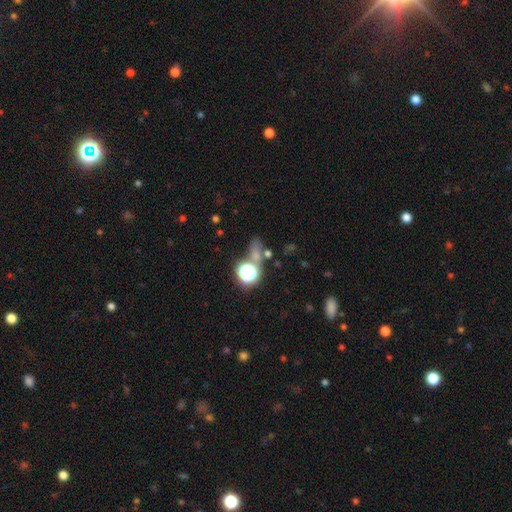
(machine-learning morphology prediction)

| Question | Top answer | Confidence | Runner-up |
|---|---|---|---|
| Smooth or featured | smooth | 53% | star or artifact (37%) |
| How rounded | round | 58% | in between (36%) |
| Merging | none | 53% | merger (22%) |